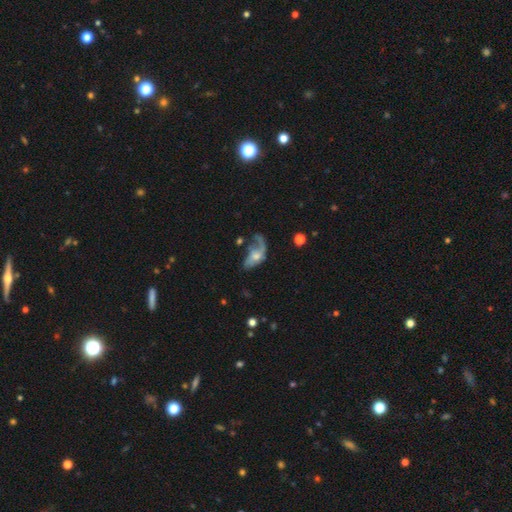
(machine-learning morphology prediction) This is possibly a featured or disk galaxy (59%). It is clearly not viewed edge-on (92%). Bar: likely no (74%). Spiral arm pattern: likely yes (64%). Central bulge: possibly moderate (49%). Merging: possibly major disturbance (49%).